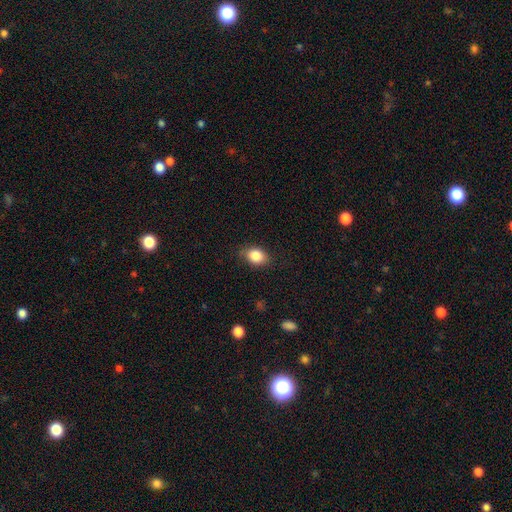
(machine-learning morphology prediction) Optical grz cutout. It shows a smooth galaxy with no disk features (85%) that is in between round and cigar-shaped (69%). Merging: none (81%).